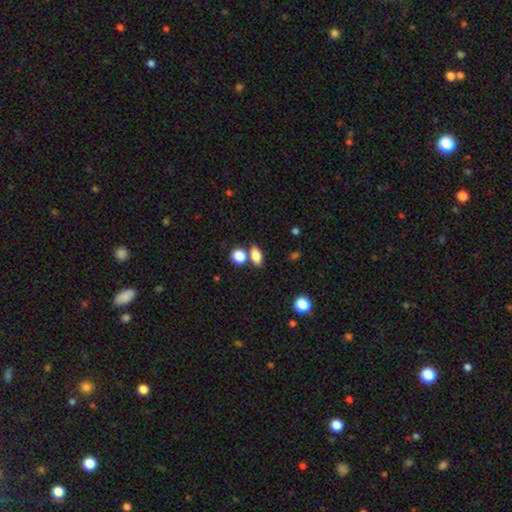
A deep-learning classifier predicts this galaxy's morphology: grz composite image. It shows a smooth galaxy with no disk features (81%) that is in between round and cigar-shaped (77%). Merging: none (65%).